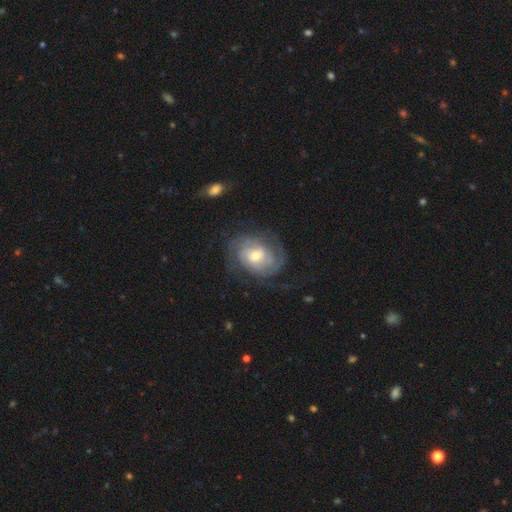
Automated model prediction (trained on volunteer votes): Overall: featured or disk (85%). Edge-on disk: no (97%). Bar: no (64%; weak 29%). Spiral arms: yes (95%). Spiral arm count: can't tell (33%; 2 27%). Spiral winding: tight (66%; medium 27%). Bulge size: moderate (49%; small 45%). Merging: none (70%).